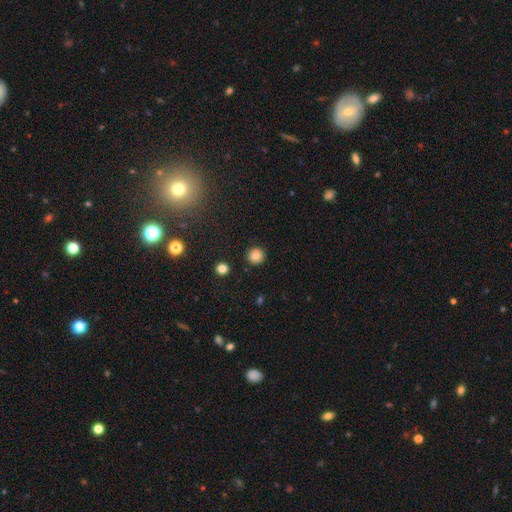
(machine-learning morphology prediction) Smooth or featured?
  - smooth: 82% *
  - star or artifact: 12%
  - featured or disk: 6%
How rounded?
  - round: 94% *
  - in between: 5%
  - cigar-shaped: 1%
Merging?
  - none: 90% *
  - minor disturbance: 6%
  - merger: 2%
  - major disturbance: 2%